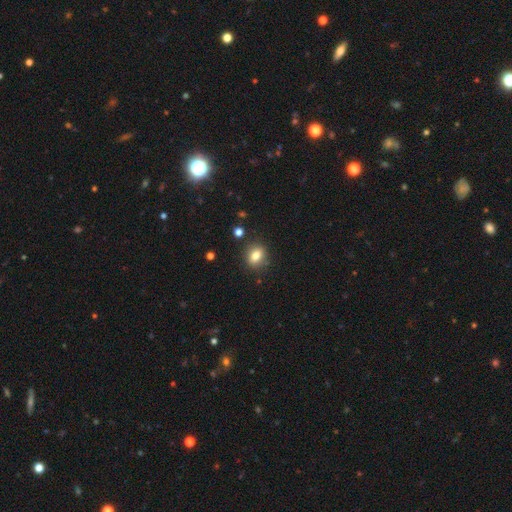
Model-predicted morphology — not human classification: Q: Smooth or featured?
A: smooth (80%); runner-up: star or artifact (10%)
Q: How rounded?
A: in between (53%); runner-up: round (46%)
Q: Merging?
A: none (86%); runner-up: minor disturbance (9%)